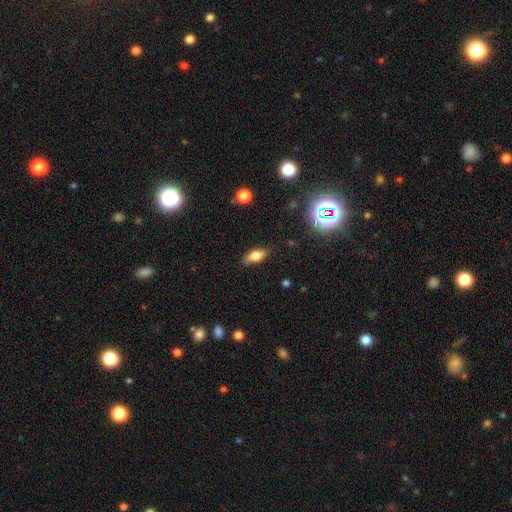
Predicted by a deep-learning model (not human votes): This is likely a smooth galaxy (67%). How rounded: likely in between (79%). Merging: clearly none (82%).